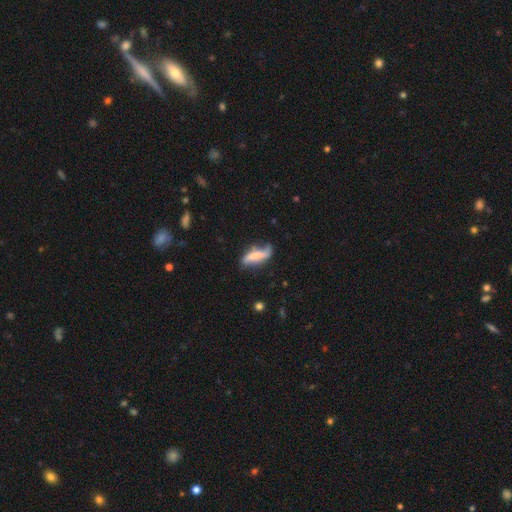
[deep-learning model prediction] A featured or disk galaxy (47%).

Vote fractions:
- Smooth or featured? featured or disk: 47% / smooth: 45% / star or artifact: 8%
- Merging? none: 50% / minor disturbance: 31% / major disturbance: 14% / merger: 5%